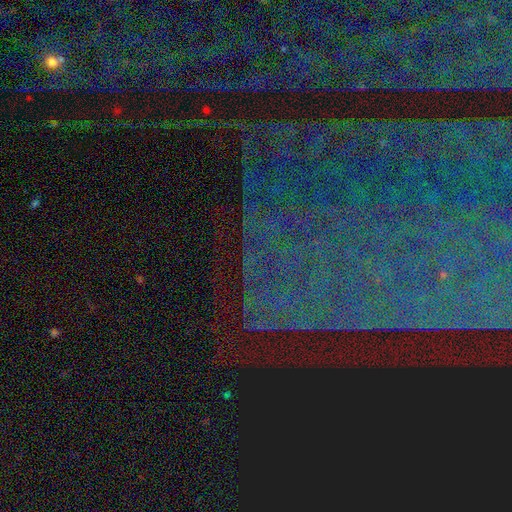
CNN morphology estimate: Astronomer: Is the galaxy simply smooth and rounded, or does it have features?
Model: star or artifact — 86%.